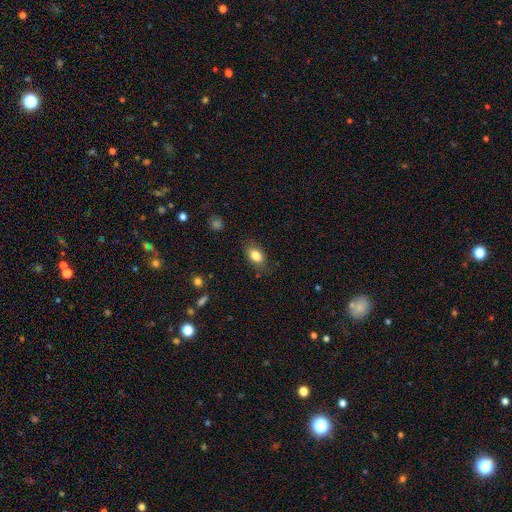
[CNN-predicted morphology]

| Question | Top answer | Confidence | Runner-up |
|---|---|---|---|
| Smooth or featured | smooth | 83% | featured or disk (9%) |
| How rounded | in between | 87% | round (11%) |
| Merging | none | 80% | minor disturbance (15%) |